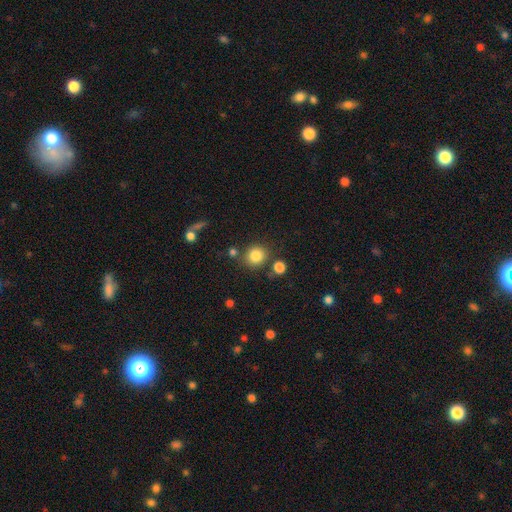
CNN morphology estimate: This appears to be a smooth galaxy with no disk features (83%) that is round (86%). Merging: none (77%).